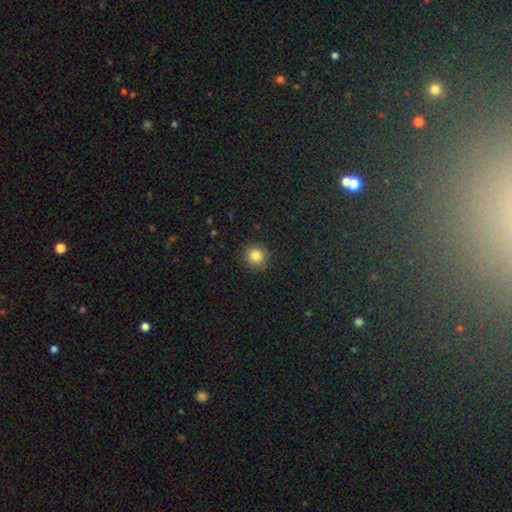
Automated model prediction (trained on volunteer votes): Smooth or featured? Predicted: smooth (p=0.83). How rounded? Predicted: round (p=0.94). Merging? Predicted: none (p=0.89).